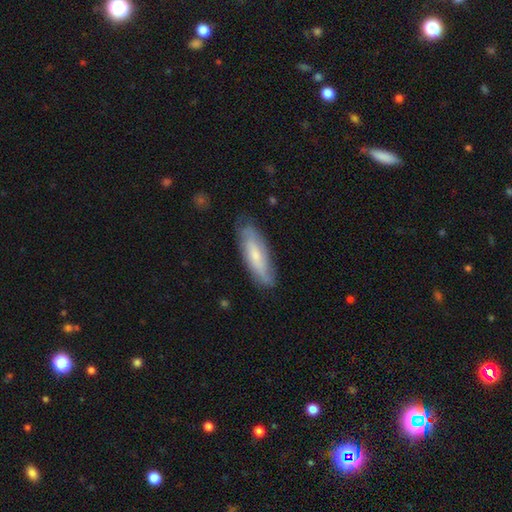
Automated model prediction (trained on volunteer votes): This appears to be a smooth galaxy with no disk features (55%) that is cigar-shaped (54%). Merging: none (75%).